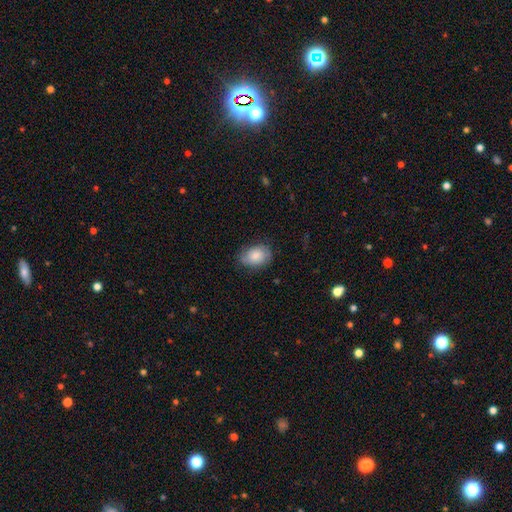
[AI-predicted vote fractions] A smooth galaxy with no disk features (75%) that is in between round and cigar-shaped (76%). Merging: none (71%).